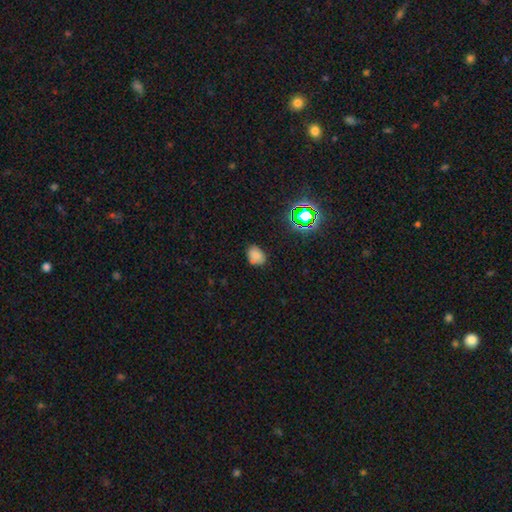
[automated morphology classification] A smooth galaxy with no disk features (74%) that is in between round and cigar-shaped (72%). Merging: none (69%).